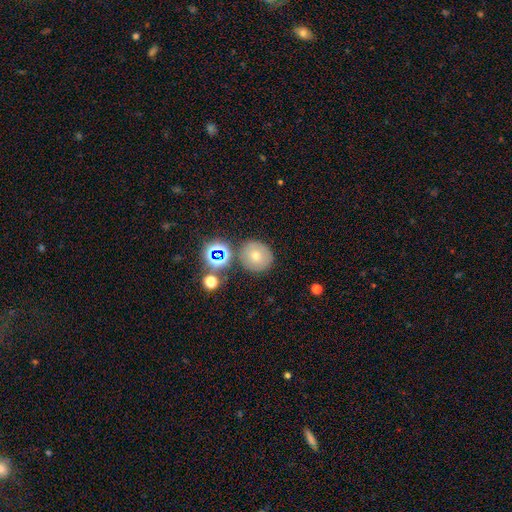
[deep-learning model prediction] This appears to be a smooth galaxy with no disk features (52%) that is round (86%). Merging: none (80%).